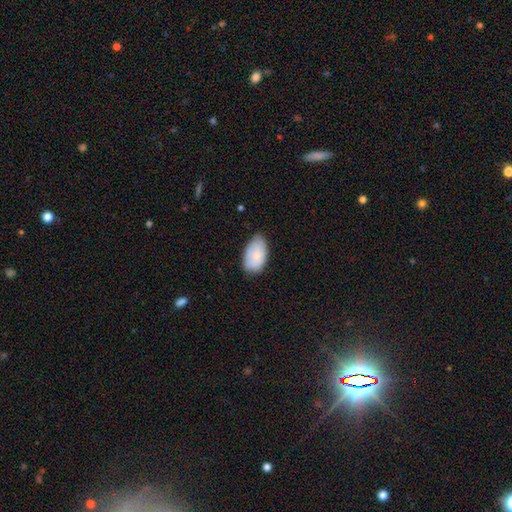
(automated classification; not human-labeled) This is likely a smooth galaxy (78%). How rounded: clearly in between (94%). Merging: likely none (69%).